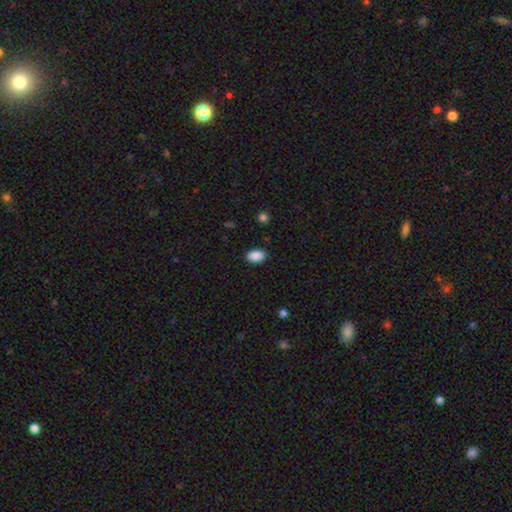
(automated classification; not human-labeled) Smooth or featured: smooth — 90% (star or artifact — 8%)
How rounded: in between — 91% (round — 8%)
Merging: none — 87% (minor disturbance — 9%)